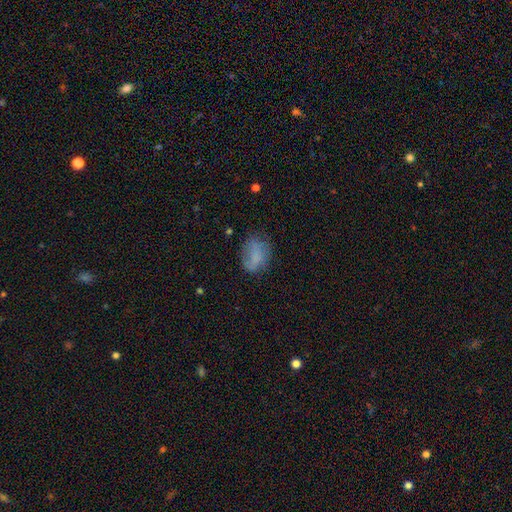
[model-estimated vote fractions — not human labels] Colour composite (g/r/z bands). It shows a smooth galaxy with no disk features (67%) that is in between round and cigar-shaped (77%). Merging: none (53%).